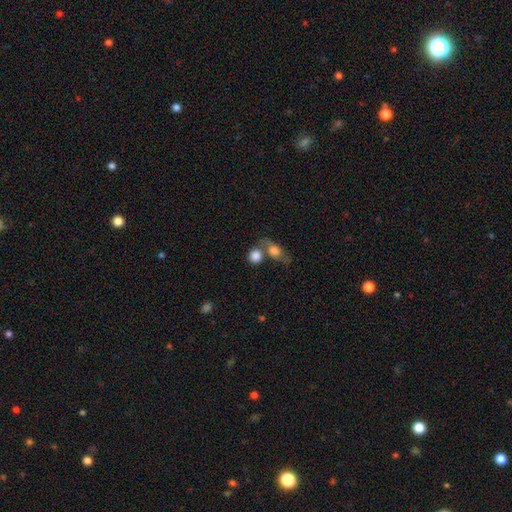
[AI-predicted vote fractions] A smooth galaxy with no disk features (83%) that is round (77%). Merging: merger (44%).